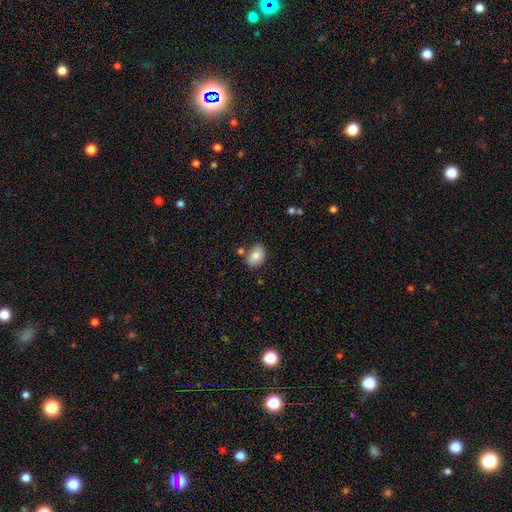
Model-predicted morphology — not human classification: type=smooth (80%); roundness=in between (81%); merging=none (70%).